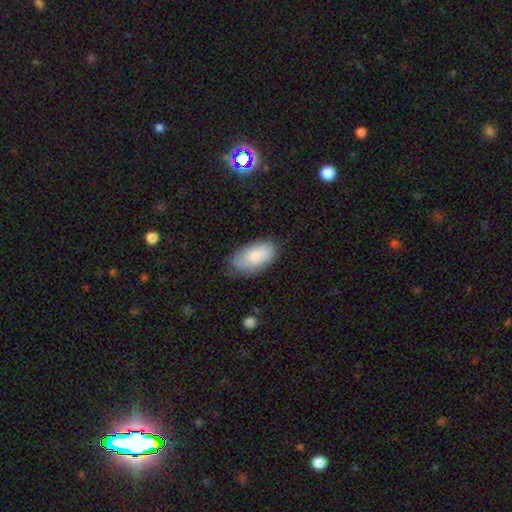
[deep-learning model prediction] The model was most divided on "merging": none: 73%, minor disturbance: 21%, major disturbance: 4%, merger: 1%. More confident: how rounded — in between (95%); smooth or featured — smooth (83%).